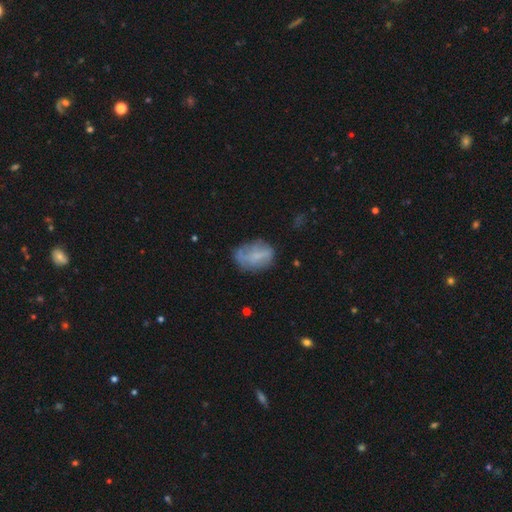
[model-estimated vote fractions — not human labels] This is possibly a smooth galaxy (59%). How rounded: clearly in between (83%). Merging: possibly none (52%).